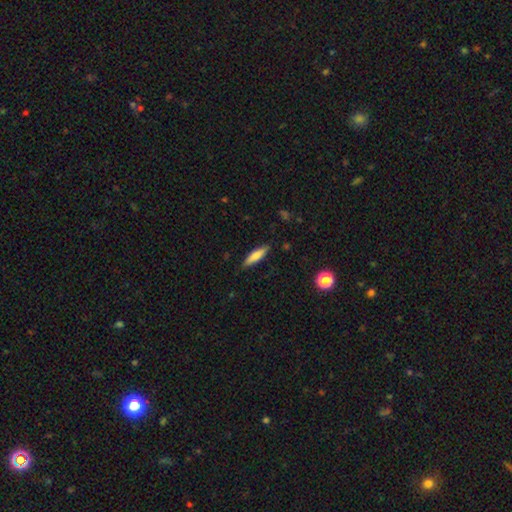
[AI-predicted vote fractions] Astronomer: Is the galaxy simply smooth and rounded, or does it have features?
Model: smooth — 73%.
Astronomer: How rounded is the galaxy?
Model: cigar-shaped — 71%.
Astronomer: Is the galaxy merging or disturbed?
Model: none — 86%.